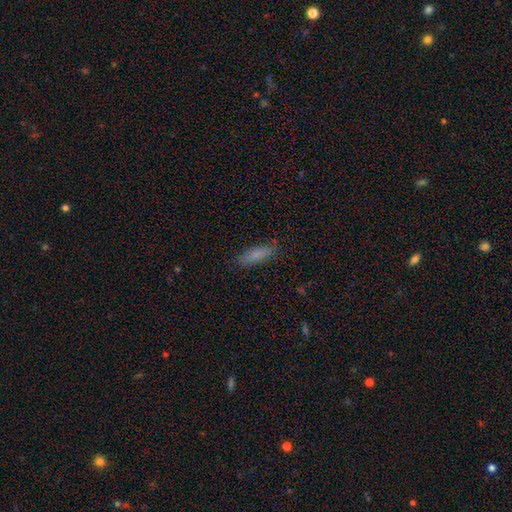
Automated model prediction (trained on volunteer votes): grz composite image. It shows a smooth galaxy with no disk features (81%) that is cigar-shaped (52%). Merging: none (85%).